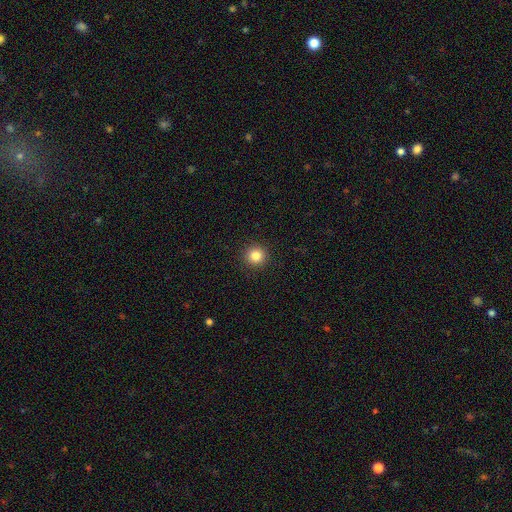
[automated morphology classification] Q: Smooth or featured?
A: smooth (83%); runner-up: star or artifact (12%)
Q: How rounded?
A: round (95%); runner-up: in between (4%)
Q: Merging?
A: none (93%); runner-up: minor disturbance (5%)